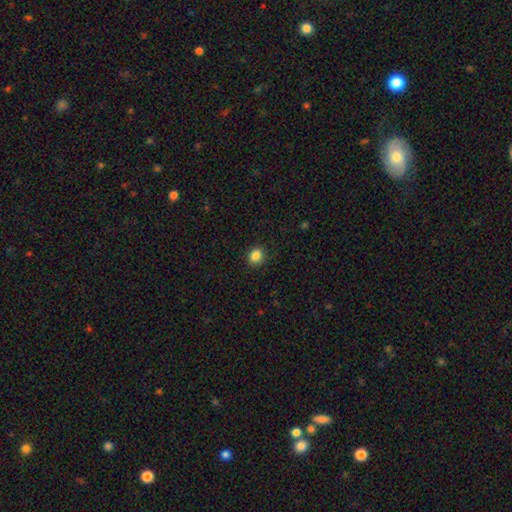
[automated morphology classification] The model was most divided on "how rounded": round: 72%, in between: 27%, cigar-shaped: 1%. More confident: merging — none (88%); smooth or featured — smooth (85%).